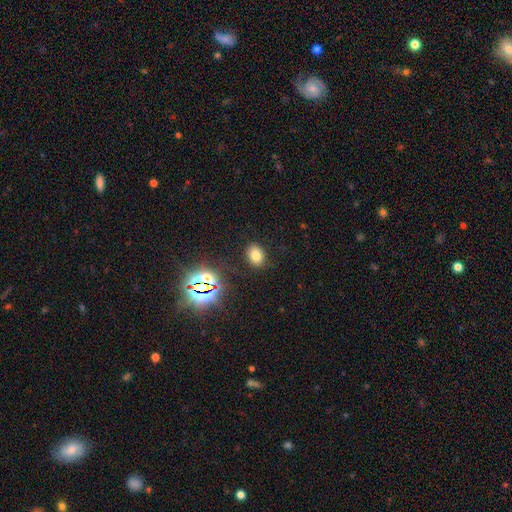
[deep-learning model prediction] Smooth or featured? Predicted: smooth (p=0.71). How rounded? Predicted: in between (p=0.66). Merging? Predicted: none (p=0.85).